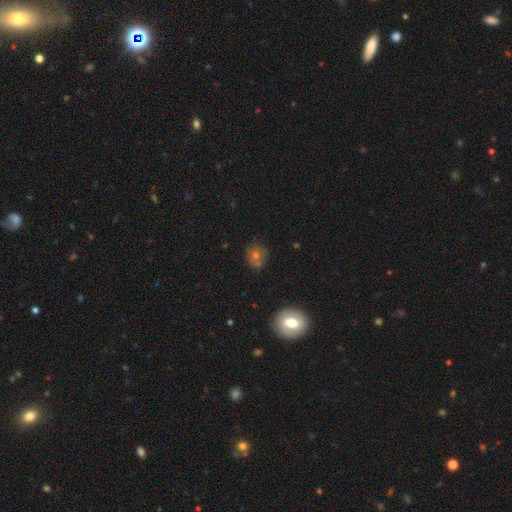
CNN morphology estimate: smooth_or_featured: smooth (p=0.60) [alt: star or artifact p=0.22]
how_rounded: round (p=0.82) [alt: in between p=0.17]
merging: none (p=0.76) [alt: minor disturbance p=0.13]